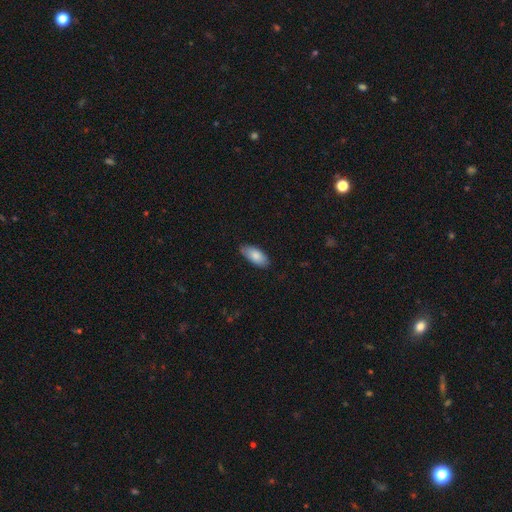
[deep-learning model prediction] The model was most divided on "merging": none: 82%, minor disturbance: 15%, major disturbance: 2%, merger: 1%. More confident: how rounded — in between (90%); smooth or featured — smooth (85%).